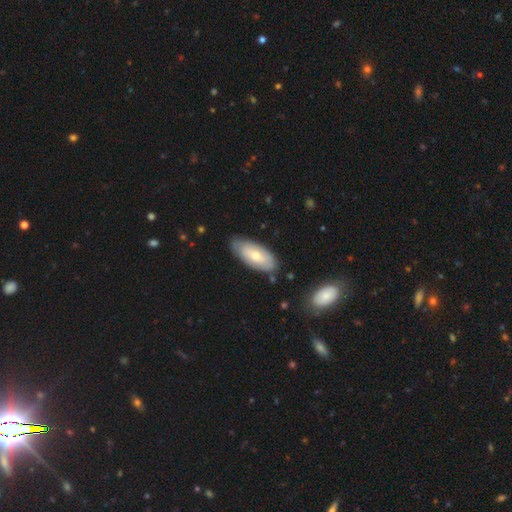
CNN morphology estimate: smooth 56%, featured or disk 39%, star or artifact 5%. Down the decision tree: how rounded — in between (88%); merging — none (76%).